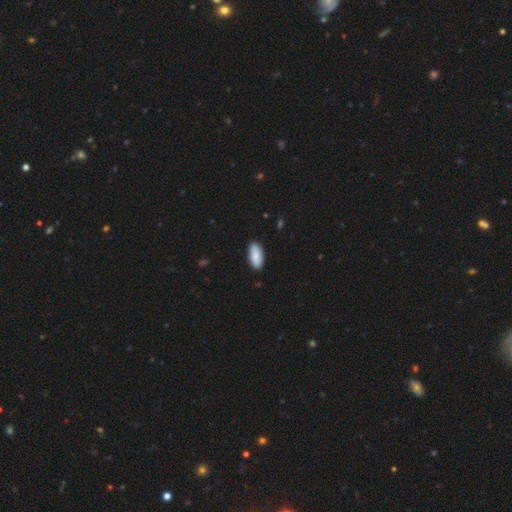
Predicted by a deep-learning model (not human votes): Smooth or featured? smooth (84%)
How rounded? in between (91%)
Merging? none (88%)